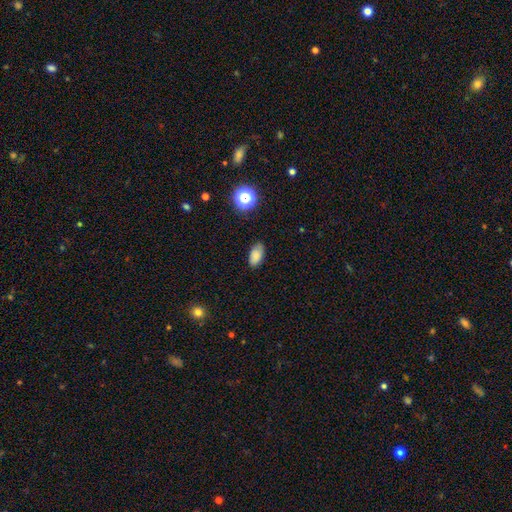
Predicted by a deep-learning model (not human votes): smooth_or_featured: smooth (p=0.82) [alt: star or artifact p=0.11]
how_rounded: in between (p=0.92) [alt: round p=0.06]
merging: none (p=0.78) [alt: minor disturbance p=0.17]